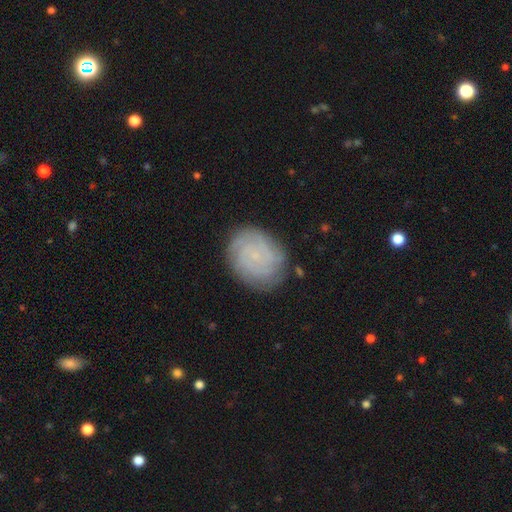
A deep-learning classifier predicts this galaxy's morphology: A featured or disk galaxy (65%) with no bar (77%), tight (75%) spiral arms (93%) and a small central bulge (73%).

Vote fractions:
- Smooth or featured? featured or disk: 65% / smooth: 26% / star or artifact: 9%
- Edge-on disk? no: 98% / yes: 2%
- Bar? no: 77% / weak: 20% / strong: 3%
- Spiral arms? yes: 93% / no: 7%
- Spiral winding? tight: 75% / medium: 20% / loose: 5%
- Spiral arm count? can't tell: 40% / 3: 16% / 4: 16% / 2: 14% / more than 4: 8% / 1: 6%
- Bulge size? small: 73% / none: 20% / moderate: 6% / large: 1% / dominant: 1%
- Merging? none: 80% / minor disturbance: 14% / major disturbance: 4% / merger: 1%